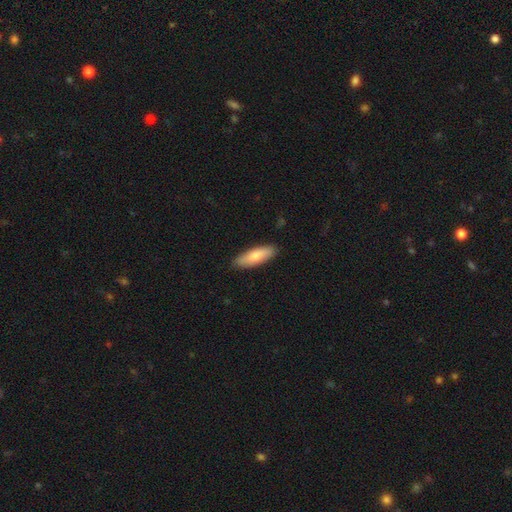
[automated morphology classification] smooth_or_featured: smooth (p=0.75) [alt: featured or disk p=0.19]
how_rounded: in between (p=0.54) [alt: cigar-shaped p=0.44]
merging: none (p=0.87) [alt: minor disturbance p=0.10]